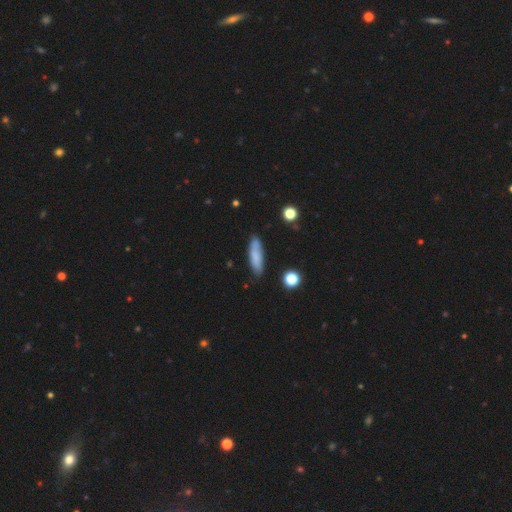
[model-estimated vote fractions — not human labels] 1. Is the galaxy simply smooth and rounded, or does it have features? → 79% smooth, 14% featured or disk, 7% star or artifact.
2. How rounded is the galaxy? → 62% cigar-shaped, 36% in between, 2% round.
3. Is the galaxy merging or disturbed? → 80% none, 14% minor disturbance, 3% major disturbance, 3% merger.